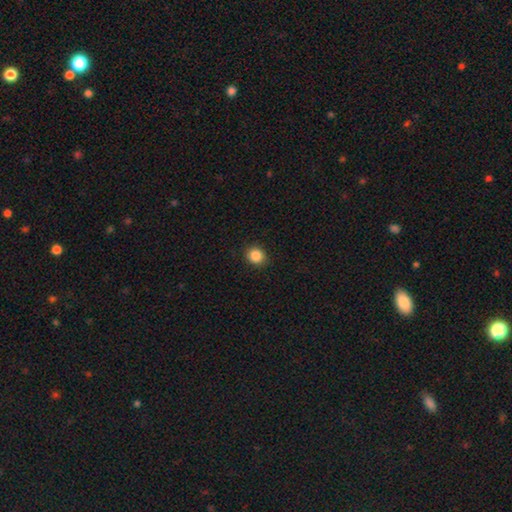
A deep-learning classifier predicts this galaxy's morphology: This appears to be a smooth galaxy with no disk features (87%) that is round (81%). Merging: none (91%).